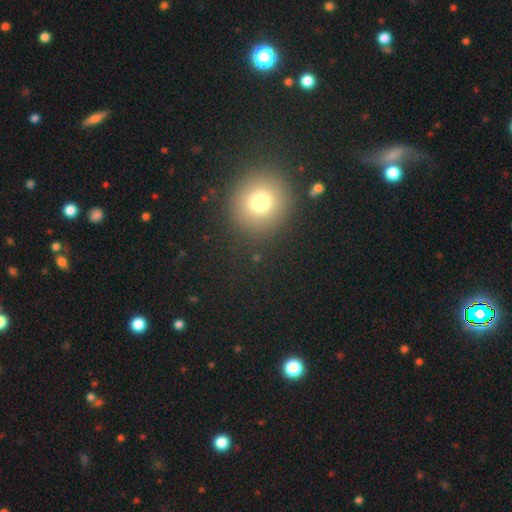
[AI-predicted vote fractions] Smooth or featured?
  - smooth: 65% *
  - star or artifact: 26%
  - featured or disk: 10%
How rounded?
  - round: 91% *
  - in between: 7%
  - cigar-shaped: 1%
Merging?
  - none: 90% *
  - minor disturbance: 6%
  - major disturbance: 3%
  - merger: 2%